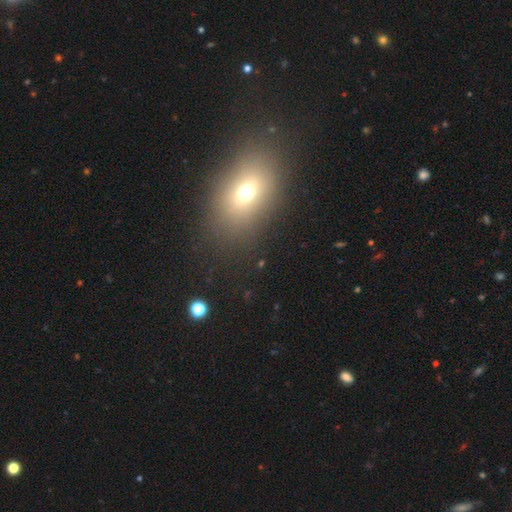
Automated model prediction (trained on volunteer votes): Smooth or featured: smooth — 61% (star or artifact — 25%)
How rounded: in between — 75% (round — 21%)
Merging: none — 87% (minor disturbance — 8%)